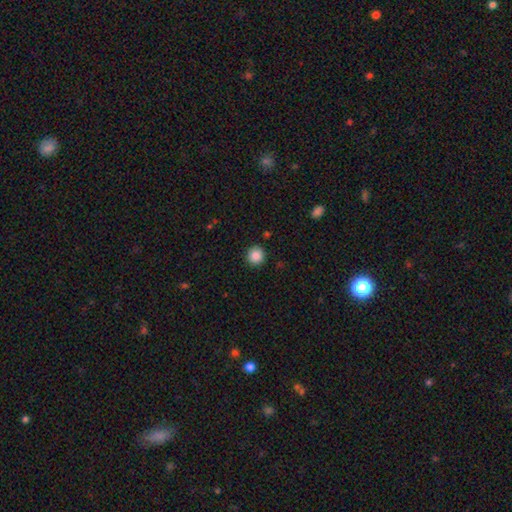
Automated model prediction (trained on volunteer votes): Smooth or featured?
  - smooth: 87% *
  - star or artifact: 9%
  - featured or disk: 3%
How rounded?
  - round: 94% *
  - in between: 5%
  - cigar-shaped: 1%
Merging?
  - none: 91% *
  - minor disturbance: 6%
  - major disturbance: 2%
  - merger: 1%